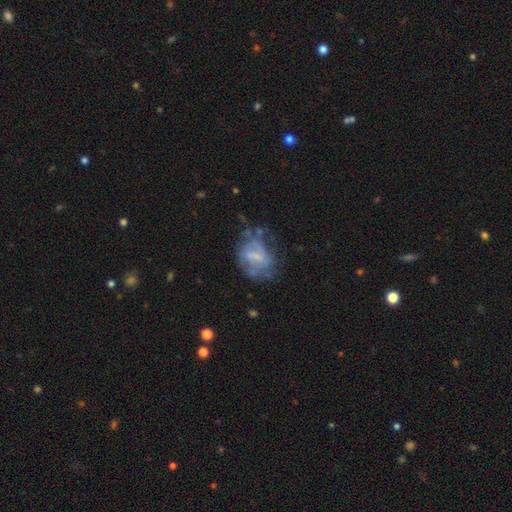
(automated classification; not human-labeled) Overall: featured or disk (60%; smooth 30%). Edge-on disk: no (97%). Bar: weak (43%; no 37%). Spiral arms: no (55%; yes 45%). Bulge size: none (39%; small 38%). Merging: none (40%; major disturbance 27%).